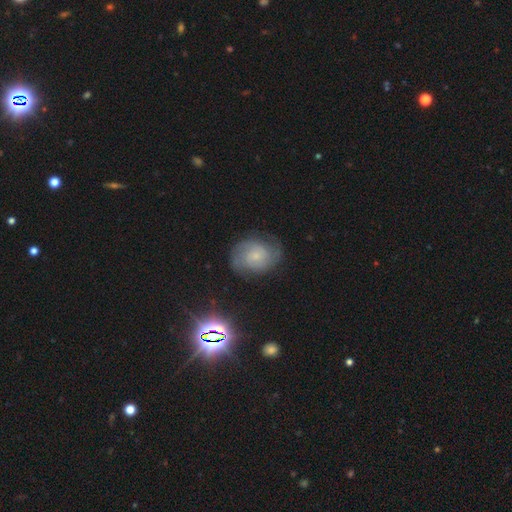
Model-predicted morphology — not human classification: smooth_or_featured: featured or disk (p=0.70) [alt: smooth p=0.20]
disk_edge_on: no (p=0.98) [alt: yes p=0.02]
bar: no (p=0.63) [alt: weak p=0.32]
has_spiral_arms: yes (p=0.94) [alt: no p=0.06]
spiral_winding: tight (p=0.49) [alt: medium p=0.40]
spiral_arm_count: 2 (p=0.66) [alt: can't tell p=0.18]
bulge_size: small (p=0.65) [alt: moderate p=0.20]
merging: none (p=0.73) [alt: minor disturbance p=0.18]